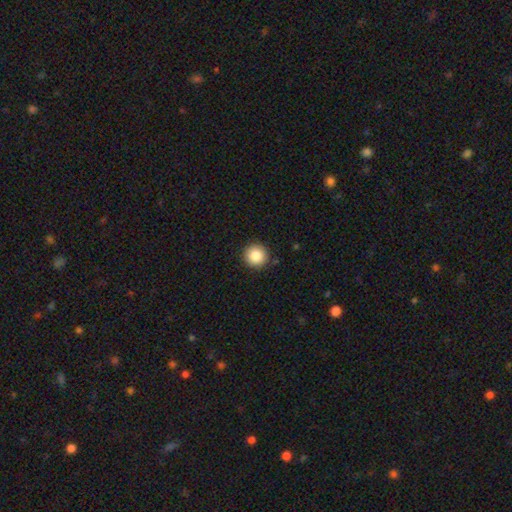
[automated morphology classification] A smooth galaxy with no disk features (86%) that is round (95%).

Vote fractions:
- Smooth or featured? smooth: 86% / star or artifact: 9% / featured or disk: 5%
- How rounded? round: 95% / in between: 4% / cigar-shaped: 1%
- Merging? none: 91% / minor disturbance: 6% / major disturbance: 2% / merger: 1%